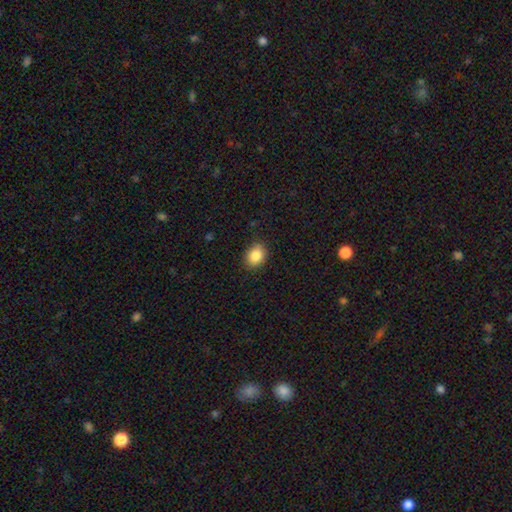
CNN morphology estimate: A smooth galaxy with no disk features (85%) that is in between round and cigar-shaped (58%).

Vote fractions:
- Smooth or featured? smooth: 85% / star or artifact: 9% / featured or disk: 6%
- How rounded? in between: 58% / round: 41% / cigar-shaped: 1%
- Merging? none: 88% / minor disturbance: 9% / major disturbance: 2% / merger: 1%